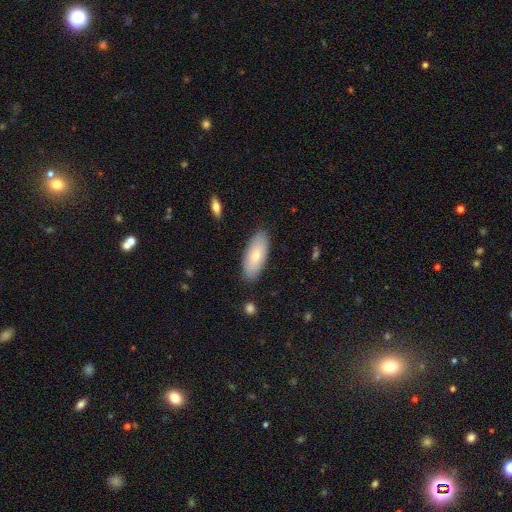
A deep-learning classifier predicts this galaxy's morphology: Smooth or featured? smooth (74%)
How rounded? in between (84%)
Merging? none (87%)